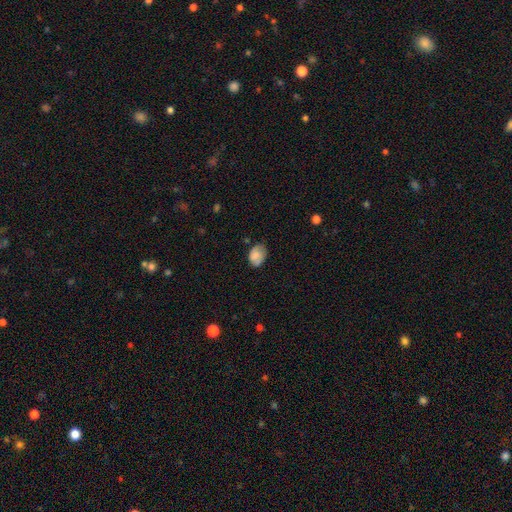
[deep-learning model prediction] smooth 74%, featured or disk 18%, star or artifact 8%. Down the decision tree: how rounded — in between (76%); merging — none (61%).